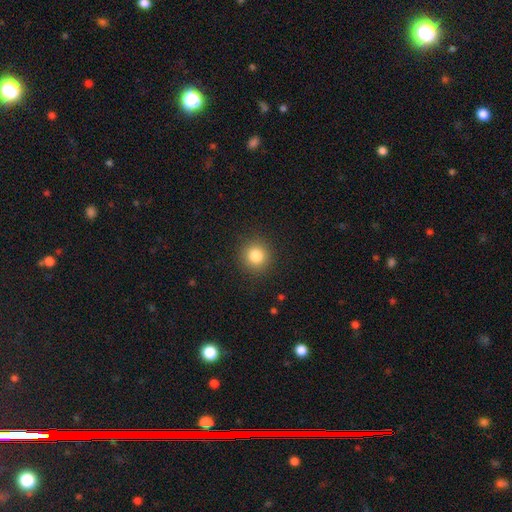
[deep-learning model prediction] This appears to be a smooth galaxy with no disk features (82%) that is round (92%). Merging: none (91%).